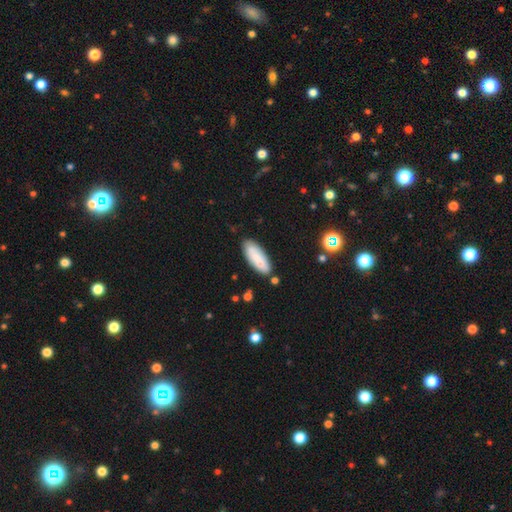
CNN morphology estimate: Smooth or featured: smooth — 76% (featured or disk — 17%)
How rounded: in between — 72% (cigar-shaped — 26%)
Merging: none — 76% (minor disturbance — 16%)